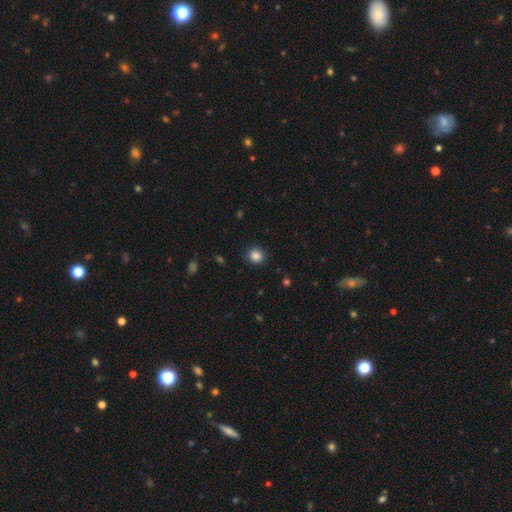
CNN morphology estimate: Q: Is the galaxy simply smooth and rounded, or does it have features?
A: smooth — 85%.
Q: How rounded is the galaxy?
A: round — 86%.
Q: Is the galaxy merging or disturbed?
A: none — 89%.